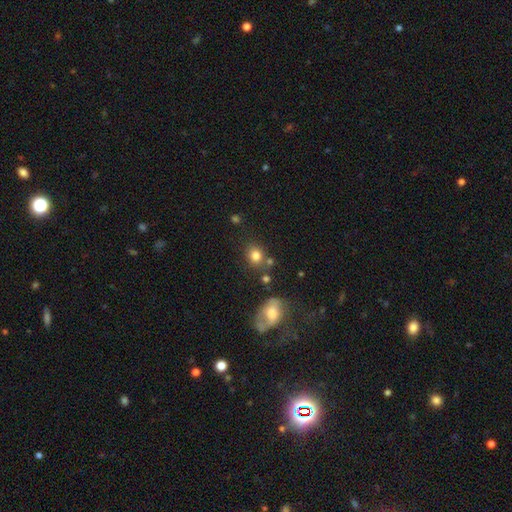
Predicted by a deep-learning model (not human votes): Overall: smooth (80%). How rounded: round (66%; in between 33%). Merging: none (70%).